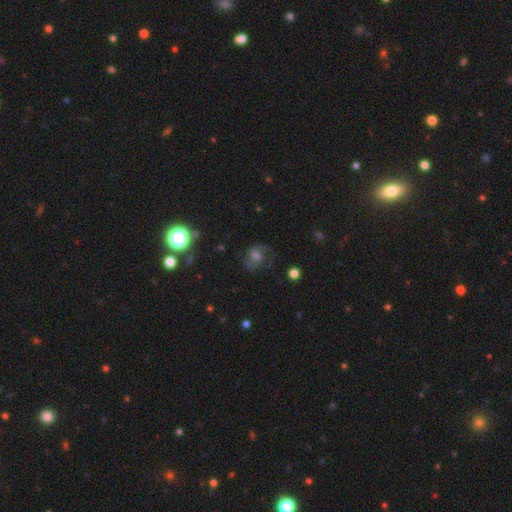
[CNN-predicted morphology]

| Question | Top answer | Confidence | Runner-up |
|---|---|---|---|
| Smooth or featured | smooth | 37% | tied: featured or disk (37%) |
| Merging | none | 59% | minor disturbance (21%) |